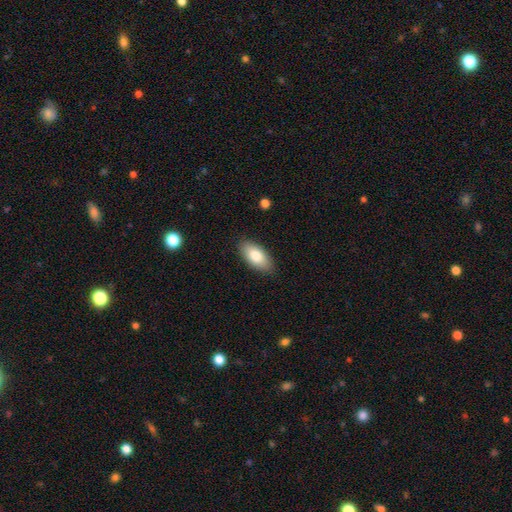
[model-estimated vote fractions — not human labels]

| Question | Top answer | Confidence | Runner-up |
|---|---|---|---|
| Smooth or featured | smooth | 80% | featured or disk (13%) |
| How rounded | in between | 92% | cigar-shaped (5%) |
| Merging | none | 87% | minor disturbance (10%) |